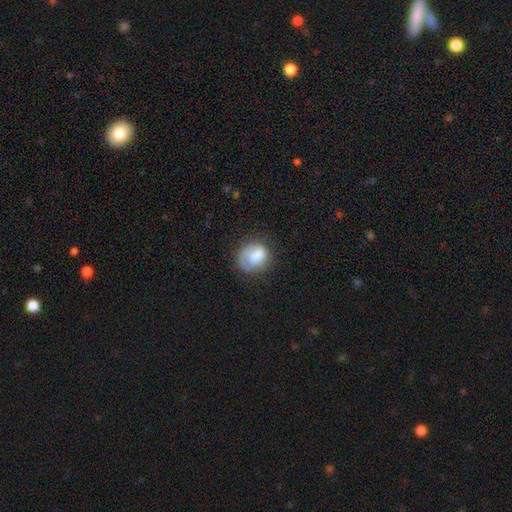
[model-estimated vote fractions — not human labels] Morphology: type=smooth (69%); roundness=round (68%); merging=none (62%).